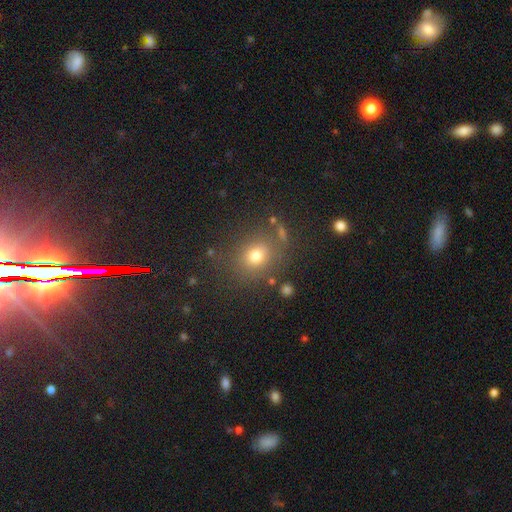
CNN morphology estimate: This appears to be a smooth galaxy with no disk features (74%) that is round (68%). Merging: none (78%).